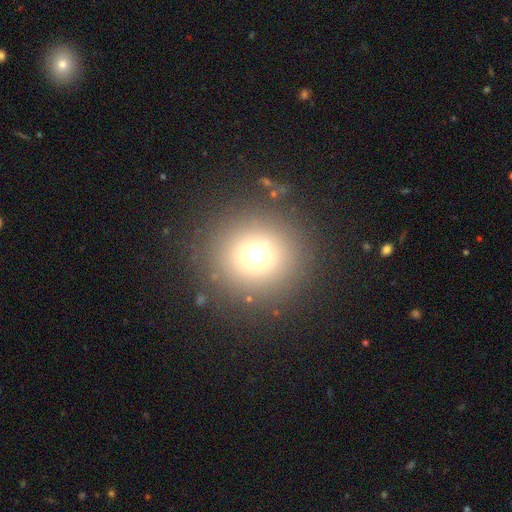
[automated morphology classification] Smooth or featured?
  - smooth: 66% *
  - star or artifact: 25%
  - featured or disk: 9%
How rounded?
  - round: 92% *
  - in between: 7%
  - cigar-shaped: 1%
Merging?
  - none: 87% *
  - minor disturbance: 6%
  - major disturbance: 5%
  - merger: 2%